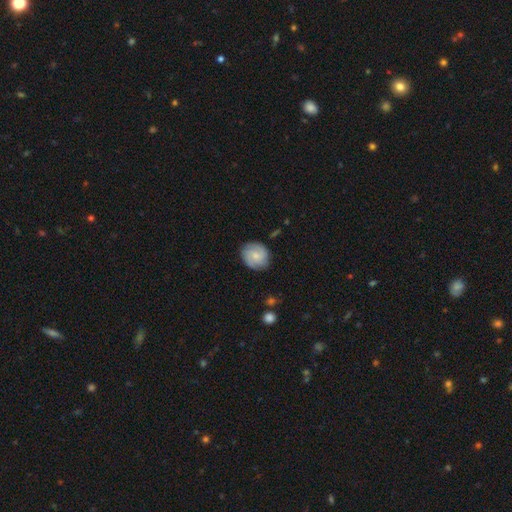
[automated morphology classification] type=smooth (55%); roundness=round (75%); merging=none (82%).